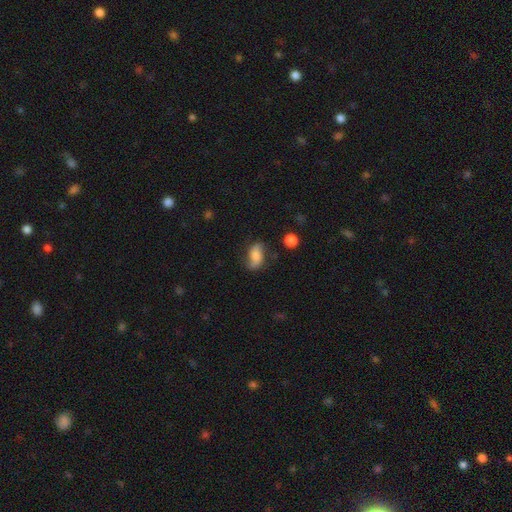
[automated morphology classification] A smooth galaxy with no disk features (61%) that is in between round and cigar-shaped (87%). Merging: none (63%).